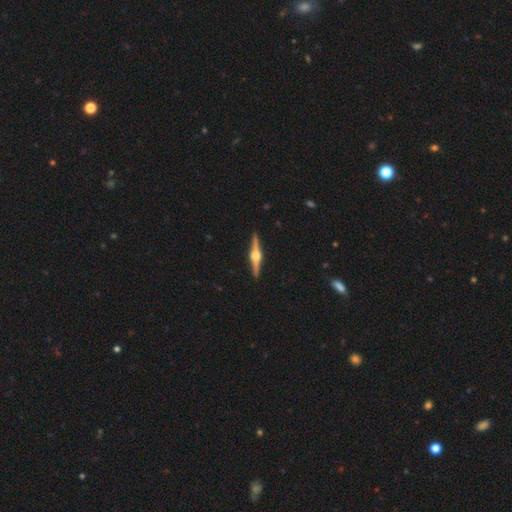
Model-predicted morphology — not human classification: A featured or disk galaxy (86%) viewed edge-on (99%) with a rounded central bulge (96%).

Vote fractions:
- Smooth or featured? featured or disk: 86% / smooth: 10% / star or artifact: 4%
- Edge-on disk? yes: 99% / no: 1%
- Edge-on bulge? rounded: 96% / boxy: 3% / none: 1%
- Merging? none: 92% / minor disturbance: 5% / major disturbance: 1% / merger: 1%